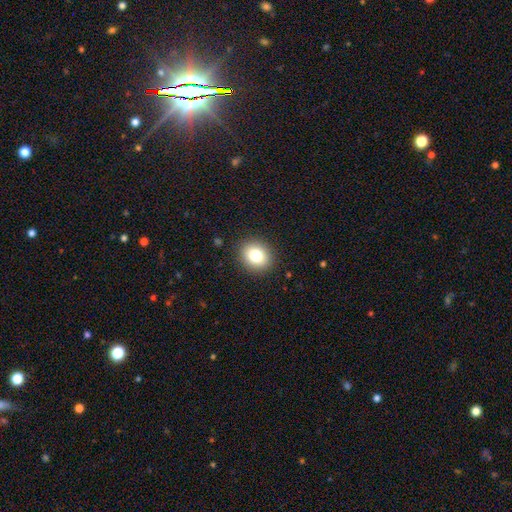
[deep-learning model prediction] A smooth galaxy with no disk features (80%) that is round (66%).

Vote fractions:
- Smooth or featured? smooth: 80% / star or artifact: 11% / featured or disk: 9%
- How rounded? round: 66% / in between: 33% / cigar-shaped: 1%
- Merging? none: 89% / minor disturbance: 7% / major disturbance: 2% / merger: 1%